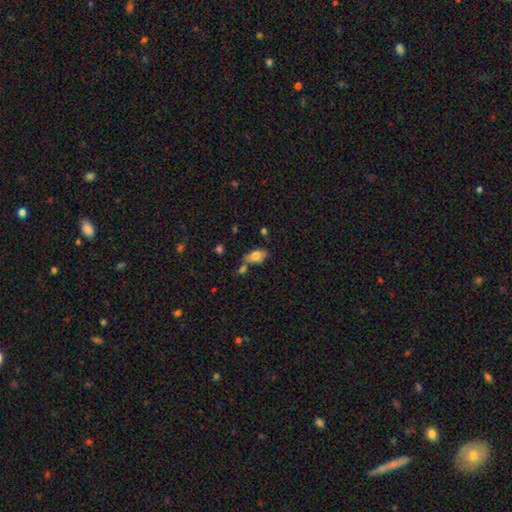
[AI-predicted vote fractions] smooth_or_featured: smooth (p=0.74) [alt: featured or disk p=0.18]
how_rounded: in between (p=0.88) [alt: cigar-shaped p=0.07]
merging: none (p=0.58) [alt: minor disturbance p=0.20]